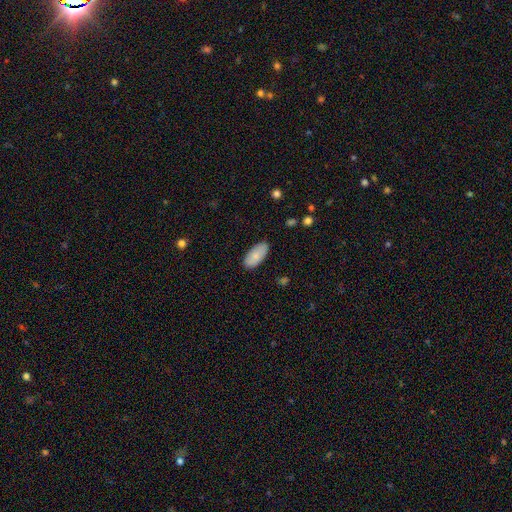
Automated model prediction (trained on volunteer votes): Morphology: type=smooth (82%); roundness=in between (92%); merging=none (85%).